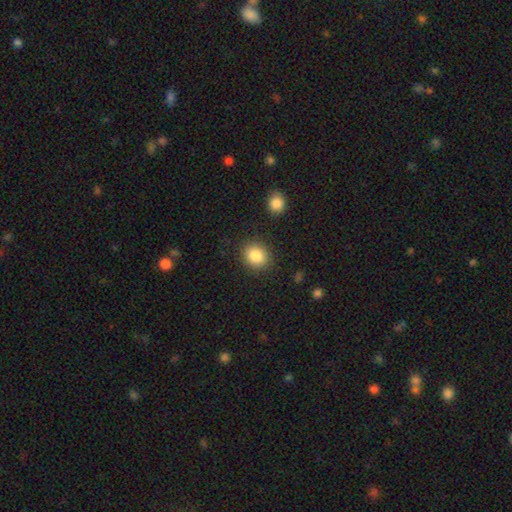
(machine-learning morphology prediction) A smooth galaxy with no disk features (86%) that is round (64%). Merging: none (85%).